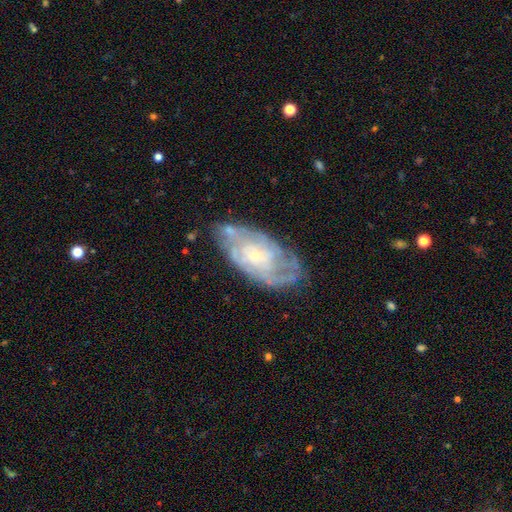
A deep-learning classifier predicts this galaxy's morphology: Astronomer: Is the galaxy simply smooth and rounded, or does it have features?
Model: featured or disk — 78%.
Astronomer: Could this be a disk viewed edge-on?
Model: no — 94%.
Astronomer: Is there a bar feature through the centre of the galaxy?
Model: no — 73%.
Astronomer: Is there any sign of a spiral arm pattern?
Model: yes — 86%.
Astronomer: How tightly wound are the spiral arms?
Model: tight — 59%.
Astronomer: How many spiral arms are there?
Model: can't tell — 48%.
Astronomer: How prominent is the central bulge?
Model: small — 75%.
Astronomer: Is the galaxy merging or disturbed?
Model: none — 64%.